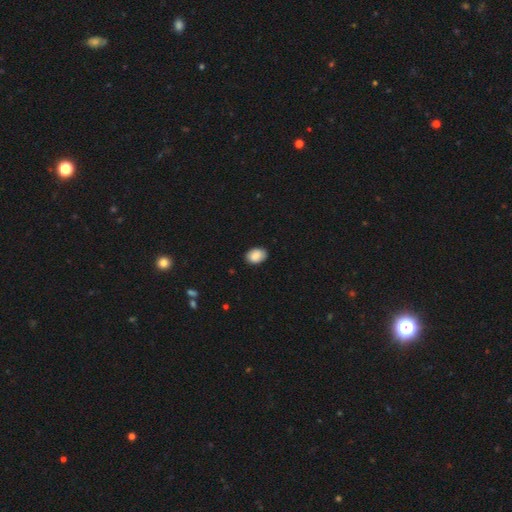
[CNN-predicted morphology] type=smooth (87%); roundness=in between (82%); merging=none (86%).